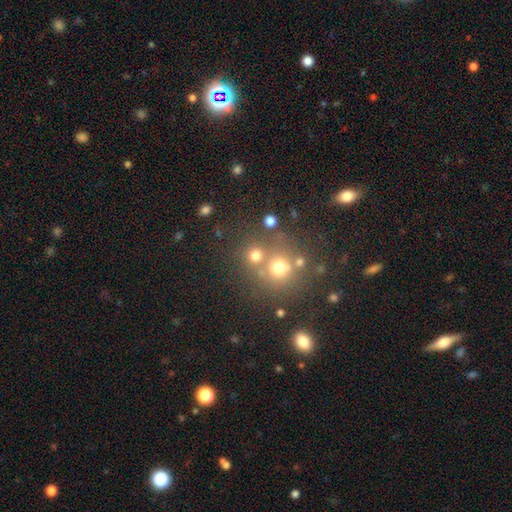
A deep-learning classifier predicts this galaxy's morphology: Smooth or featured? Predicted: smooth (p=0.71). How rounded? Predicted: round (p=0.89). Merging? Predicted: none (p=0.63).